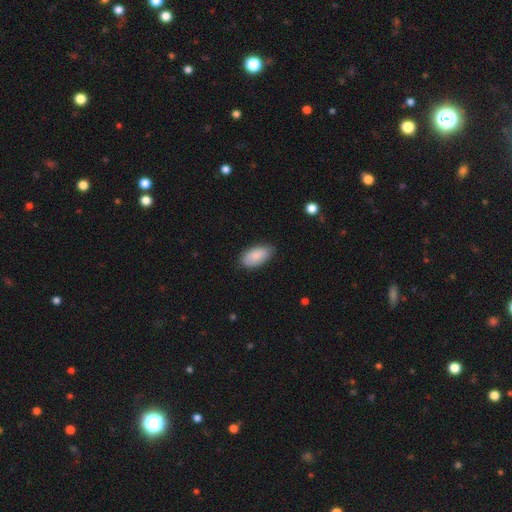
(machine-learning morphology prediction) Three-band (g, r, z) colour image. It shows a smooth galaxy with no disk features (88%) that is in between round and cigar-shaped (94%). Merging: none (81%).